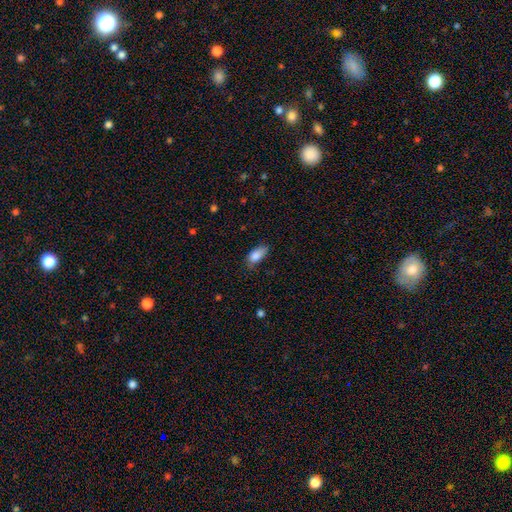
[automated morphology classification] Smooth or featured? smooth (84%)
How rounded? in between (87%)
Merging? none (59%)